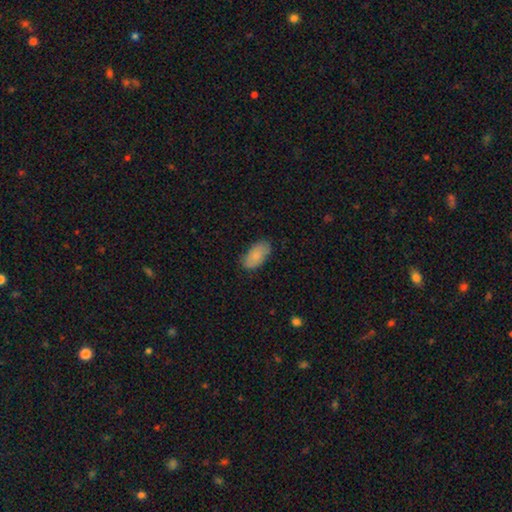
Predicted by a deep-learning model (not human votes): A smooth galaxy with no disk features (82%) that is in between round and cigar-shaped (94%).

Vote fractions:
- Smooth or featured? smooth: 82% / featured or disk: 12% / star or artifact: 6%
- How rounded? in between: 94% / cigar-shaped: 3% / round: 3%
- Merging? none: 80% / minor disturbance: 16% / major disturbance: 3% / merger: 1%